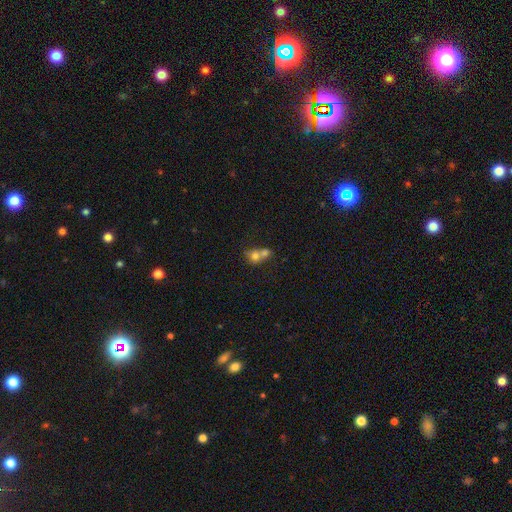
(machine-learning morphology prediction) smooth_or_featured: smooth (p=0.70) [alt: featured or disk p=0.19]
how_rounded: round (p=0.69) [alt: in between p=0.30]
merging: merger (p=0.68) [alt: none p=0.22]